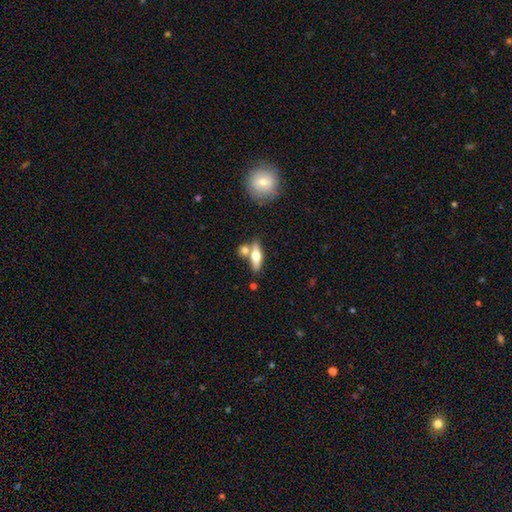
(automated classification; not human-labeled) smooth-or-featured: featured or disk: 48% | smooth: 46% | star or artifact: 6%
  merging: none: 60% | merger: 26% | minor disturbance: 11% | major disturbance: 4%